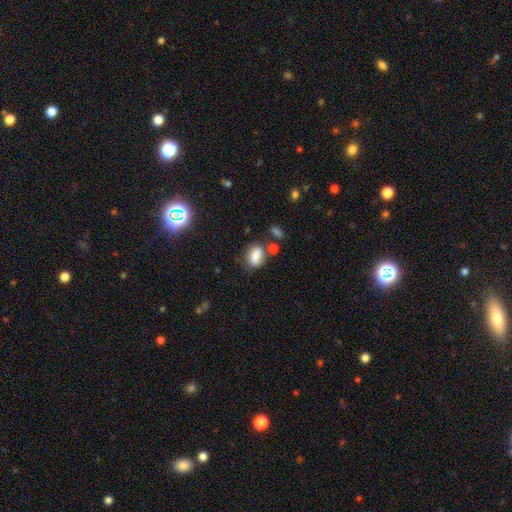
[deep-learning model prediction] Overall: smooth (83%). How rounded: in between (81%). Merging: none (62%).